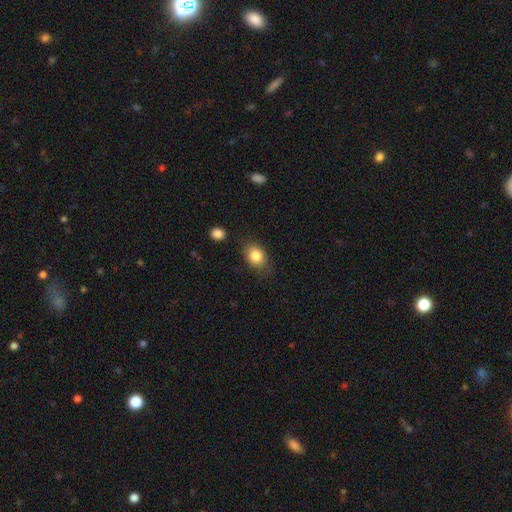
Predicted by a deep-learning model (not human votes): This appears to be a smooth galaxy with no disk features (83%) that is in between round and cigar-shaped (63%). Merging: none (74%).